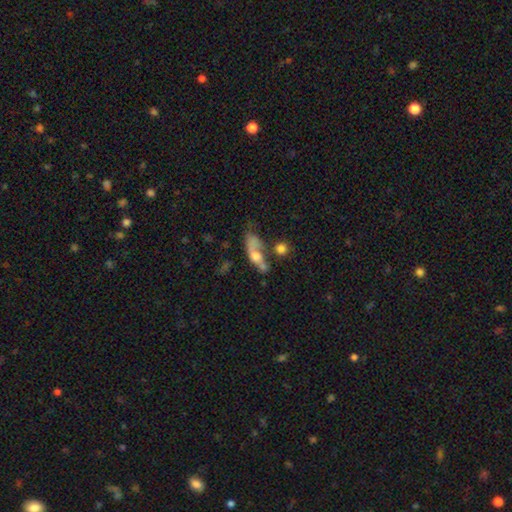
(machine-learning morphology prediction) This is possibly a smooth galaxy (50%). Merging: marginally merger (32%).